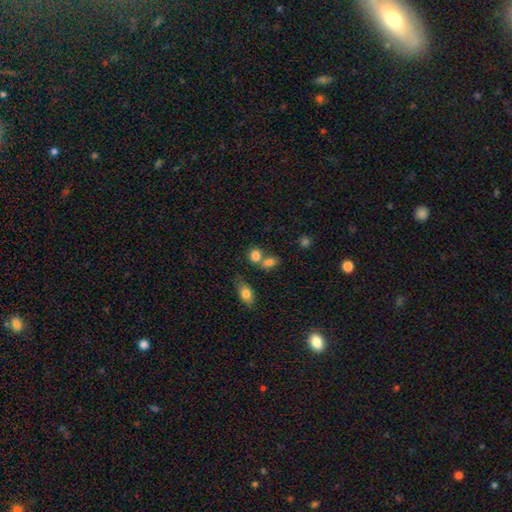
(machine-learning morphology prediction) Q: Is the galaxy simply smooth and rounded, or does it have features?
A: smooth — 82%.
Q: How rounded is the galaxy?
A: round — 53%.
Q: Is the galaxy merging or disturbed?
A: none — 48%.